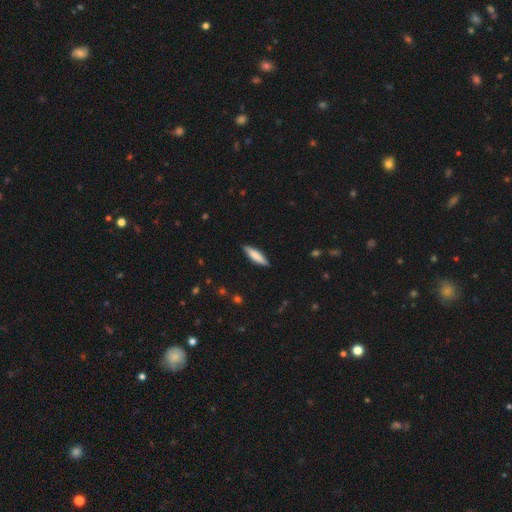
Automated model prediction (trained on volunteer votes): smooth_or_featured: smooth (p=0.75) [alt: featured or disk p=0.20]
how_rounded: cigar-shaped (p=0.75) [alt: in between p=0.23]
merging: none (p=0.89) [alt: minor disturbance p=0.09]